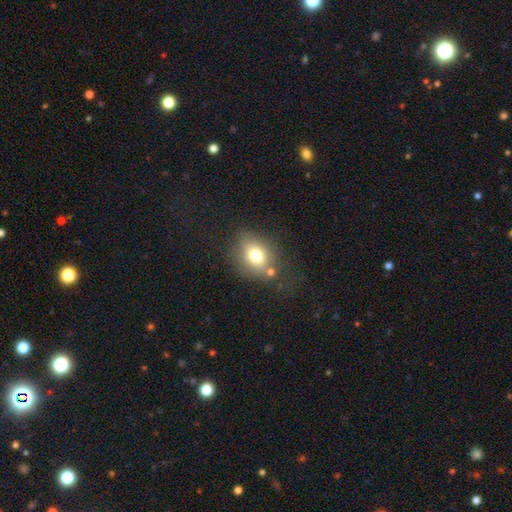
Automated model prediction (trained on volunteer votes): Morphology: type=smooth (72%); roundness=round (53%); merging=none (62%).